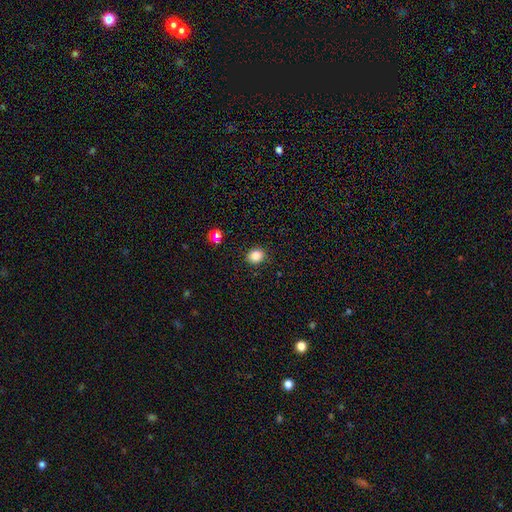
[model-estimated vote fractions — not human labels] Smooth or featured? smooth (83%)
How rounded? round (75%)
Merging? none (89%)